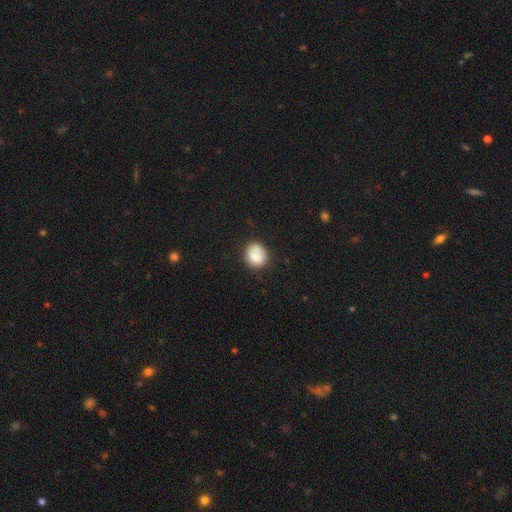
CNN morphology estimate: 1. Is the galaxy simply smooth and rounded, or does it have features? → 80% smooth, 12% featured or disk, 8% star or artifact.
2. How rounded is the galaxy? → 77% round, 22% in between, 1% cigar-shaped.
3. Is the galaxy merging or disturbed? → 71% none, 19% minor disturbance, 6% major disturbance, 4% merger.